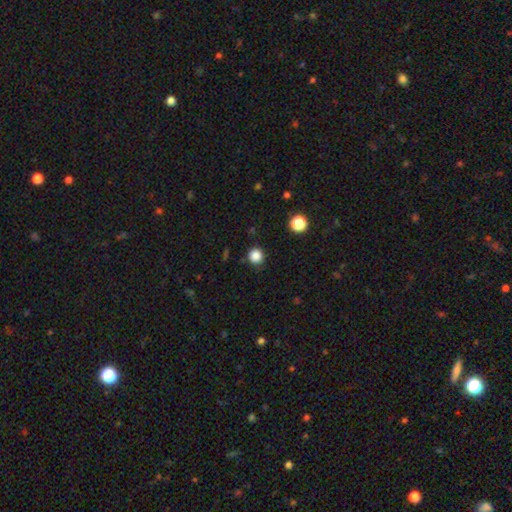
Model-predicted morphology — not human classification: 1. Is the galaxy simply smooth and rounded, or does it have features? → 85% smooth, 12% star or artifact, 3% featured or disk.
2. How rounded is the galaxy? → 93% round, 6% in between, 1% cigar-shaped.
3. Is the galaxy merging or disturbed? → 88% none, 8% minor disturbance, 2% major disturbance, 2% merger.